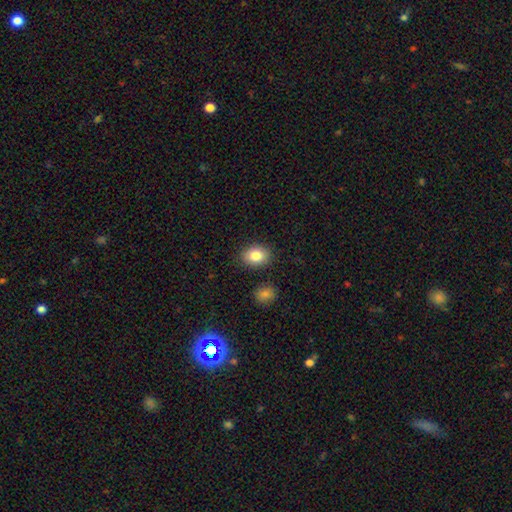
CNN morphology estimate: type=smooth (83%); roundness=in between (68%); merging=none (86%).